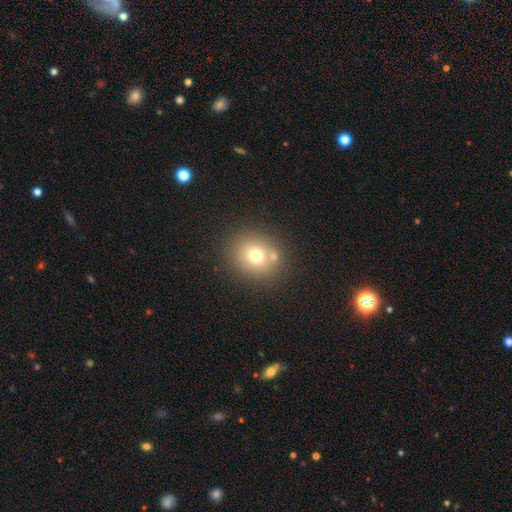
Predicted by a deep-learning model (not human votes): Smooth or featured? smooth (71%)
How rounded? round (76%)
Merging? none (74%)